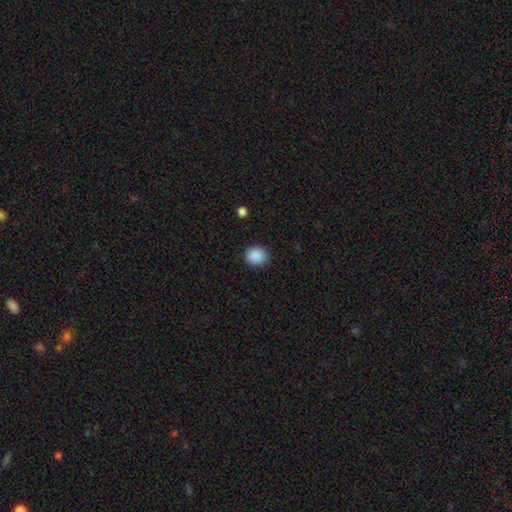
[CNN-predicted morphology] Smooth or featured? smooth (89%)
How rounded? round (75%)
Merging? none (90%)